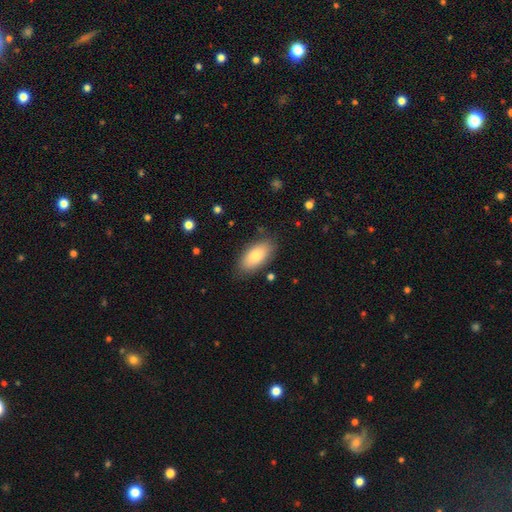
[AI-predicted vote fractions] Smooth or featured: smooth — 79% (featured or disk — 14%)
How rounded: in between — 92% (cigar-shaped — 6%)
Merging: none — 82% (minor disturbance — 13%)